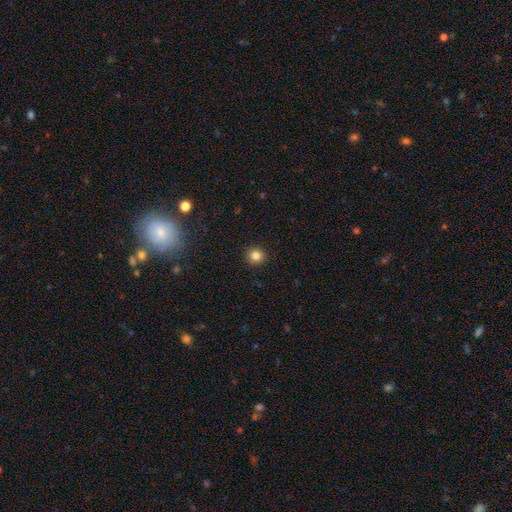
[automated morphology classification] This appears to be a smooth galaxy with no disk features (83%) that is round (93%). Merging: none (92%).